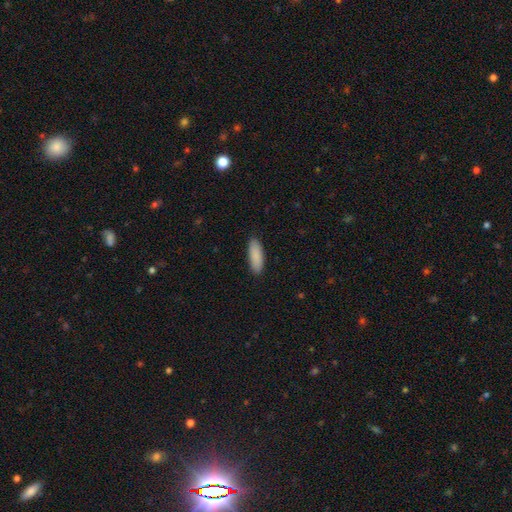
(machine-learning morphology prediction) A smooth galaxy with no disk features (90%) that is in between round and cigar-shaped (59%). Merging: none (90%).